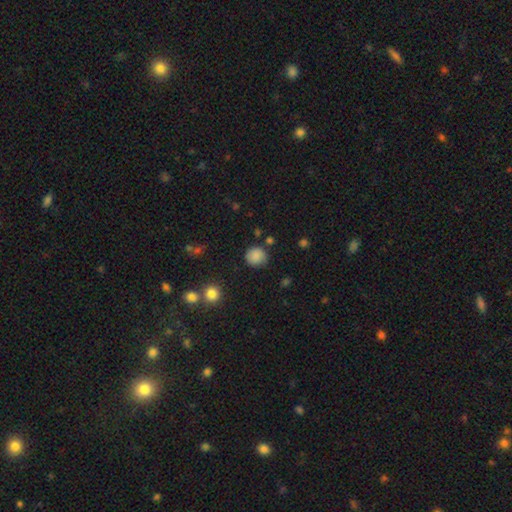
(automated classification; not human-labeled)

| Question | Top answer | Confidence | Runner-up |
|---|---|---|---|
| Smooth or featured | smooth | 85% | star or artifact (9%) |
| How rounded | round | 88% | in between (11%) |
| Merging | none | 79% | minor disturbance (15%) |